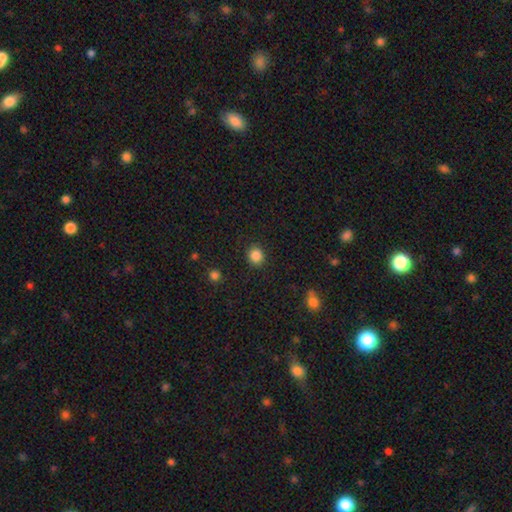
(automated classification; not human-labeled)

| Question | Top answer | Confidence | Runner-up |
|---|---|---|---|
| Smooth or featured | smooth | 86% | star or artifact (11%) |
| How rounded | round | 81% | in between (18%) |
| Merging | none | 89% | minor disturbance (7%) |